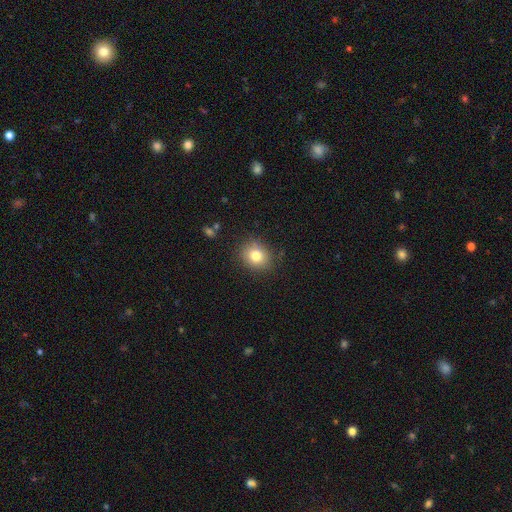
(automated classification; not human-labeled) smooth 80%, star or artifact 11%, featured or disk 9%. Down the decision tree: how rounded — round (71%); merging — none (85%).